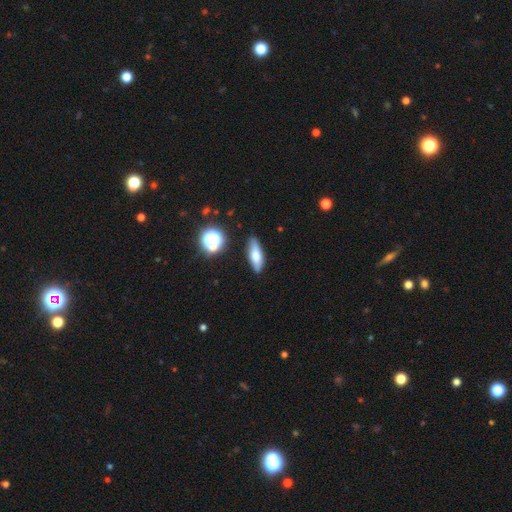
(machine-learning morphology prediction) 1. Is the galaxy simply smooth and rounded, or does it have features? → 63% smooth, 27% featured or disk, 10% star or artifact.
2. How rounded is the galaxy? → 56% in between, 40% cigar-shaped, 5% round.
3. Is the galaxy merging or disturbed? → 84% none, 12% minor disturbance, 2% major disturbance, 2% merger.